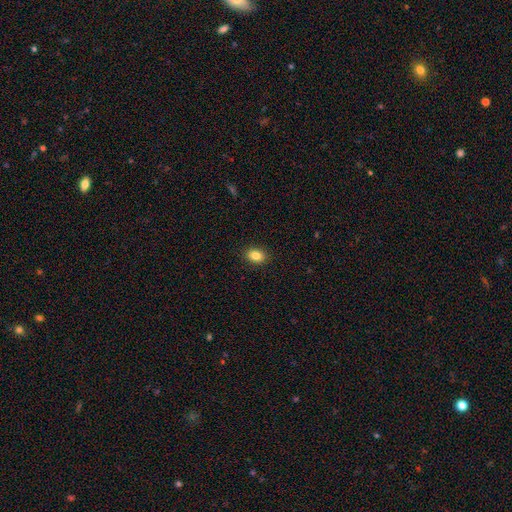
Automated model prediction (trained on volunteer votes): A smooth galaxy with no disk features (85%) that is in between round and cigar-shaped (69%).

Vote fractions:
- Smooth or featured? smooth: 85% / star or artifact: 9% / featured or disk: 6%
- How rounded? in between: 69% / round: 30% / cigar-shaped: 1%
- Merging? none: 90% / minor disturbance: 7% / major disturbance: 2% / merger: 1%